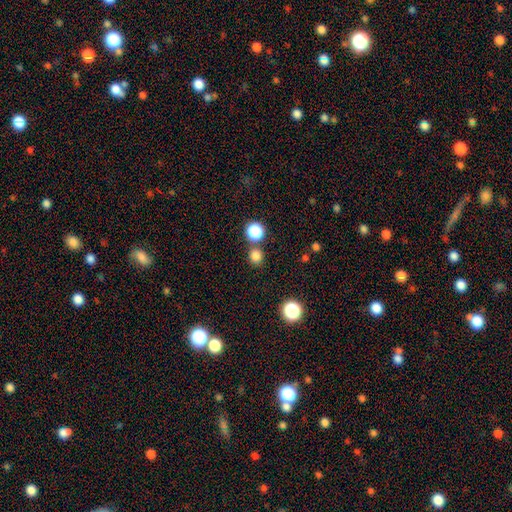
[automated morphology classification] This is likely a smooth galaxy (79%). How rounded: clearly round (88%). Merging: likely none (75%).